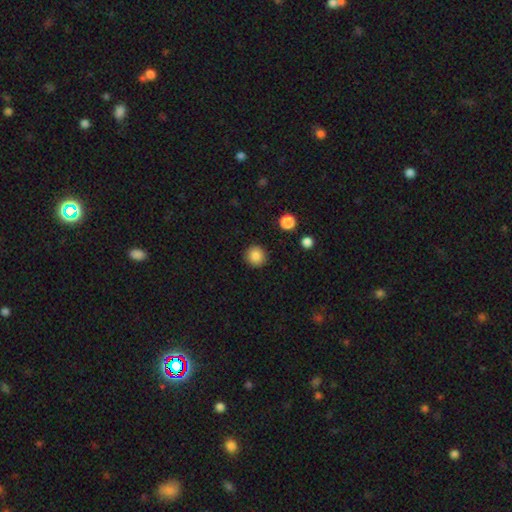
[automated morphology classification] Smooth or featured?
  - smooth: 86% *
  - star or artifact: 9%
  - featured or disk: 4%
How rounded?
  - round: 93% *
  - in between: 6%
  - cigar-shaped: 1%
Merging?
  - none: 91% *
  - minor disturbance: 6%
  - major disturbance: 2%
  - merger: 1%